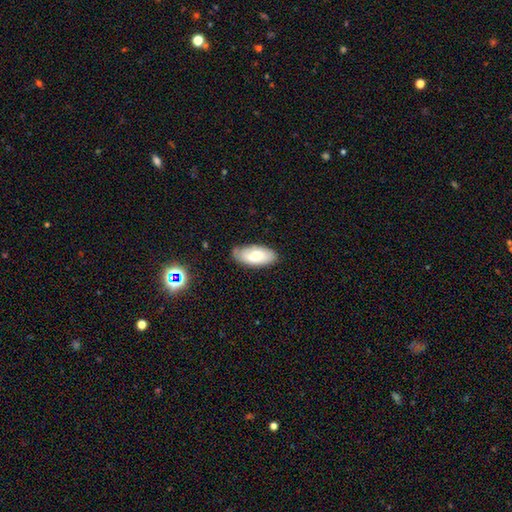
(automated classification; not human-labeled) Smooth or featured? smooth (67%)
How rounded? in between (92%)
Merging? none (74%)